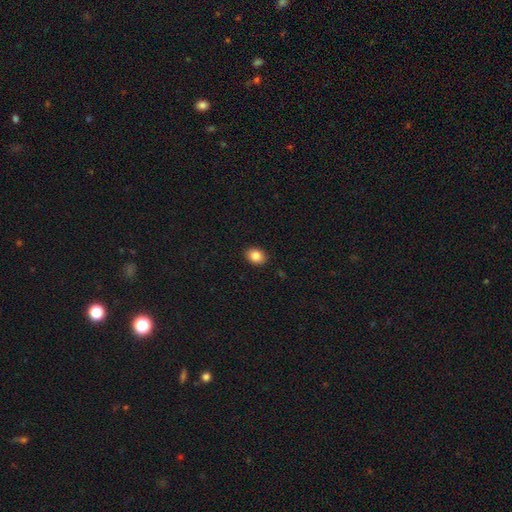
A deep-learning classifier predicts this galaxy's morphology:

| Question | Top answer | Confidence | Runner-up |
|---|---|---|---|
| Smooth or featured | smooth | 85% | star or artifact (9%) |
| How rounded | in between | 58% | round (42%) |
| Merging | none | 90% | minor disturbance (7%) |